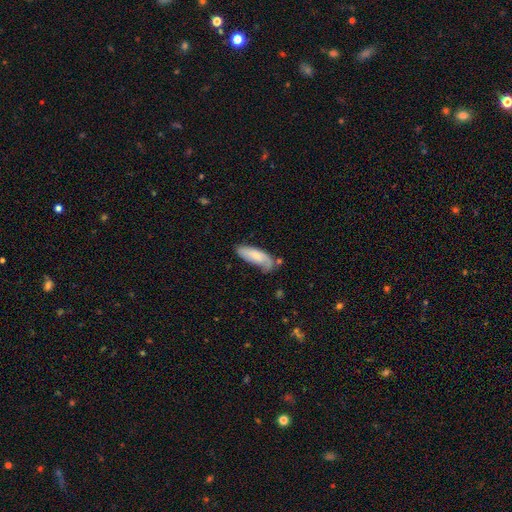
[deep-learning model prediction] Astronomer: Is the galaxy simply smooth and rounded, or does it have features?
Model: smooth — 69%.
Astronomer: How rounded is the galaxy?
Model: in between — 67%.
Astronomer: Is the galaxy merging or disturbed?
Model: none — 52% (runner-up: minor disturbance, 31%).